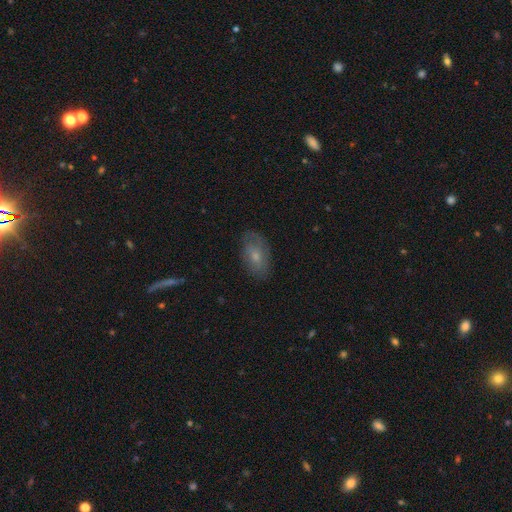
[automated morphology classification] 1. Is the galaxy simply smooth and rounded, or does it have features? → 56% smooth, 35% featured or disk, 8% star or artifact.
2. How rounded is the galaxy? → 90% in between, 7% round, 3% cigar-shaped.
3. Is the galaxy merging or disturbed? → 73% none, 20% minor disturbance, 6% major disturbance, 1% merger.